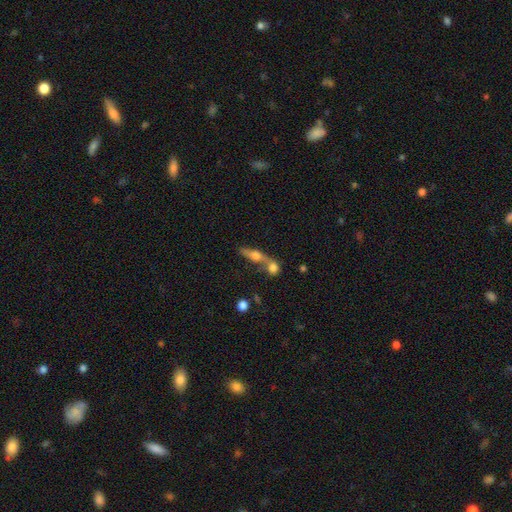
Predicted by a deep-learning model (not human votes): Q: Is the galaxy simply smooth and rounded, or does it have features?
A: smooth — 46%.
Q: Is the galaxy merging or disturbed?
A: merger — 51%.